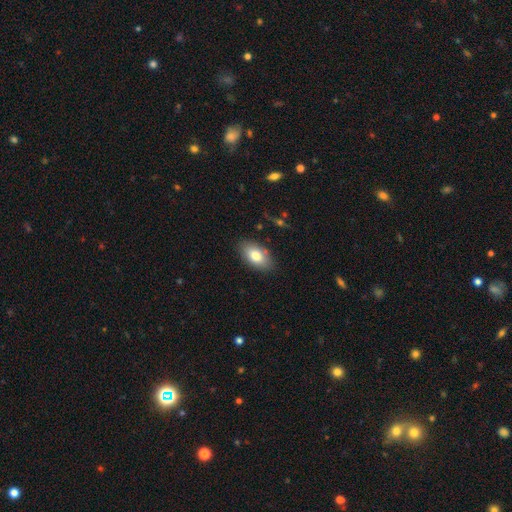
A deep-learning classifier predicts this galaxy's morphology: Smooth or featured: smooth — 79% (featured or disk — 14%)
How rounded: in between — 92% (round — 6%)
Merging: none — 84% (minor disturbance — 12%)